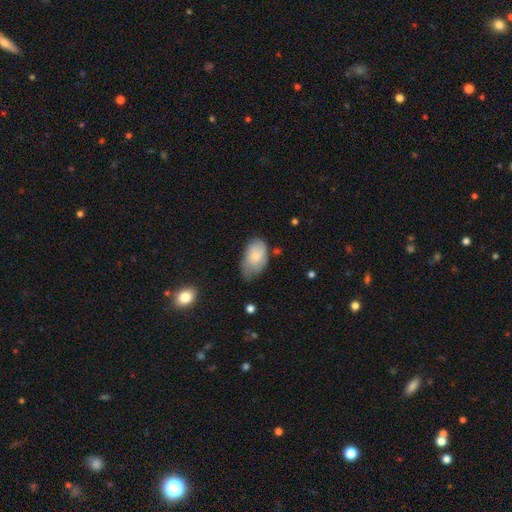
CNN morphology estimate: smooth 73%, featured or disk 20%, star or artifact 7%. Down the decision tree: how rounded — in between (92%); merging — minor disturbance (43%).